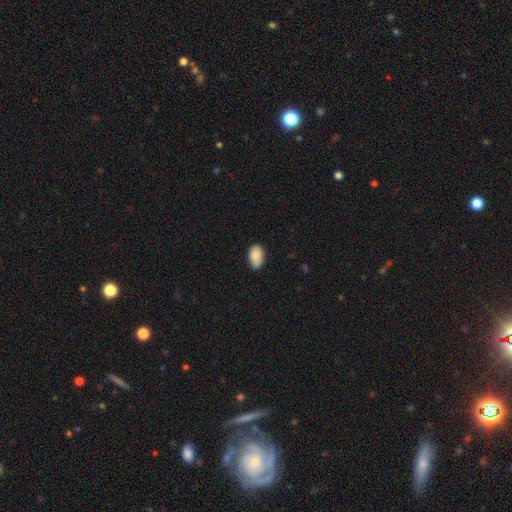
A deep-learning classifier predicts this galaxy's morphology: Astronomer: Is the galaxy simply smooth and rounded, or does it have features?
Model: smooth — 86%.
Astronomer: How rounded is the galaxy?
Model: in between — 92%.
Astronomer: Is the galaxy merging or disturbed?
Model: none — 69%.